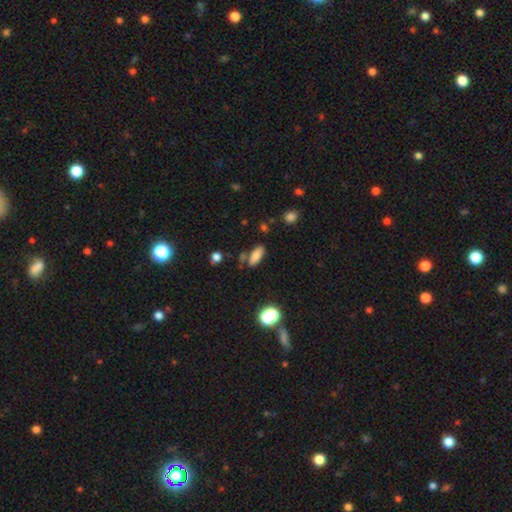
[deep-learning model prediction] Smooth or featured? smooth (81%)
How rounded? in between (74%)
Merging? none (72%)